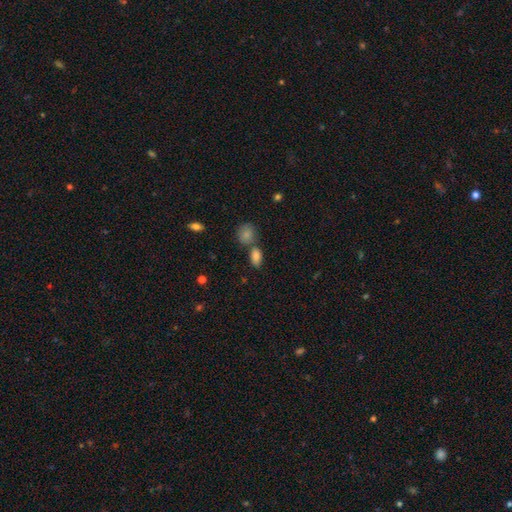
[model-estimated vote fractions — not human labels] smooth-or-featured: smooth: 84% | star or artifact: 9% | featured or disk: 7%
  how-rounded: in between: 87% | round: 9% | cigar-shaped: 4%
  merging: none: 55% | merger: 27% | minor disturbance: 14% | major disturbance: 4%